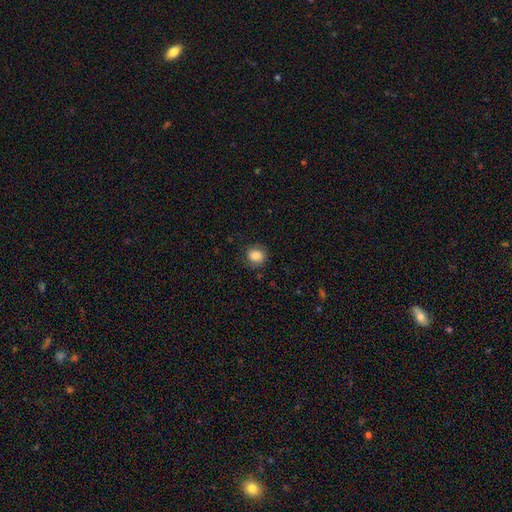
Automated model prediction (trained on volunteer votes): A smooth galaxy with no disk features (85%) that is round (73%).

Vote fractions:
- Smooth or featured? smooth: 85% / star or artifact: 8% / featured or disk: 7%
- How rounded? round: 73% / in between: 26% / cigar-shaped: 1%
- Merging? none: 78% / minor disturbance: 16% / major disturbance: 5% / merger: 1%